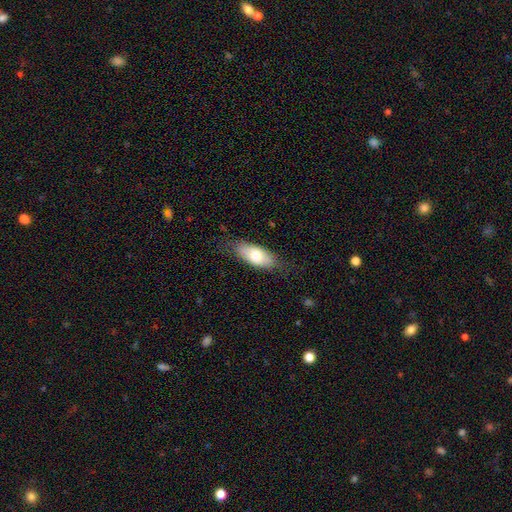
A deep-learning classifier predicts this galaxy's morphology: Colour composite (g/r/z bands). It shows a smooth galaxy with no disk features (74%) that is in between round and cigar-shaped (84%). Merging: none (79%).